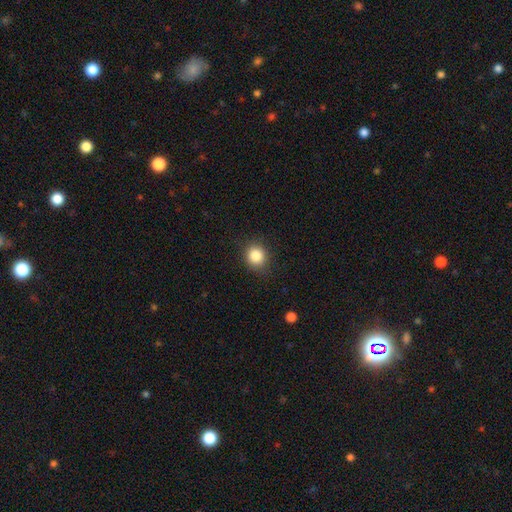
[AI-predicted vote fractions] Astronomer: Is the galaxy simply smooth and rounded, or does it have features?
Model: smooth — 85%.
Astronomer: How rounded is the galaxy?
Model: round — 82%.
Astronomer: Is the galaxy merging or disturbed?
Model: none — 85%.